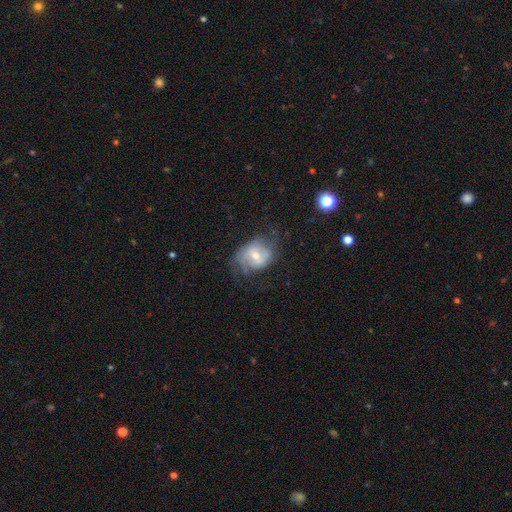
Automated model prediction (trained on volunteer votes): Q: Smooth or featured?
A: featured or disk (63%); runner-up: smooth (30%)
Q: Edge-on disk?
A: no (96%); runner-up: yes (4%)
Q: Bar?
A: no (44%); runner-up: weak (42%)
Q: Spiral arms?
A: yes (77%); runner-up: no (23%)
Q: Bulge size?
A: moderate (51%); runner-up: small (44%)
Q: Merging?
A: none (52%); runner-up: minor disturbance (25%)